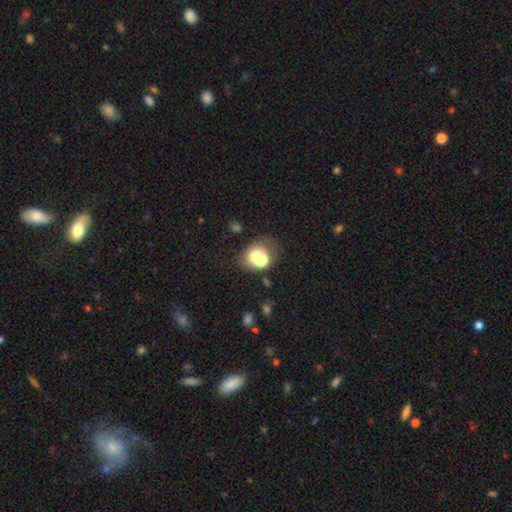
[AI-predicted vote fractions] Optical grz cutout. It shows a smooth galaxy with no disk features (64%) that is round (51%). Merging: merger (36%).